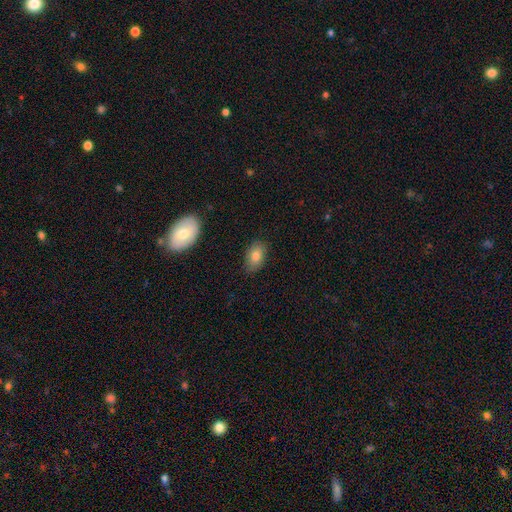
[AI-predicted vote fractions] This is clearly a smooth galaxy (81%). How rounded: clearly in between (90%). Merging: clearly none (82%).